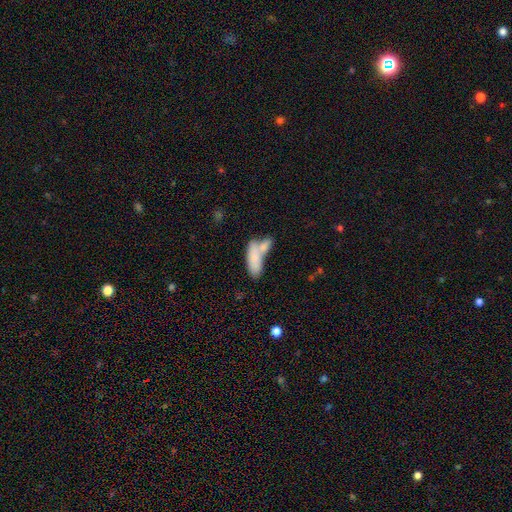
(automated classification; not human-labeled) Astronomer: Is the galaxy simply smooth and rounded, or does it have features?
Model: smooth — 79%.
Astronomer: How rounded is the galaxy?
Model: in between — 64%.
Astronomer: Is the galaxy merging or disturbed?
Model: merger — 51% (runner-up: none, 31%).